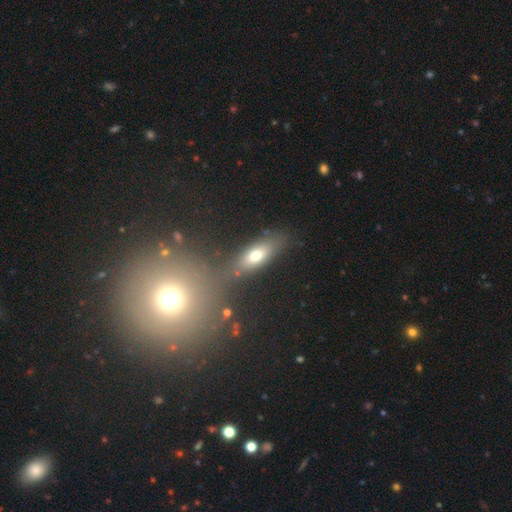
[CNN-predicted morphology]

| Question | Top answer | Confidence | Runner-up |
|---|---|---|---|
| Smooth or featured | smooth | 69% | featured or disk (20%) |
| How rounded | in between | 70% | cigar-shaped (23%) |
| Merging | none | 70% | minor disturbance (13%) |